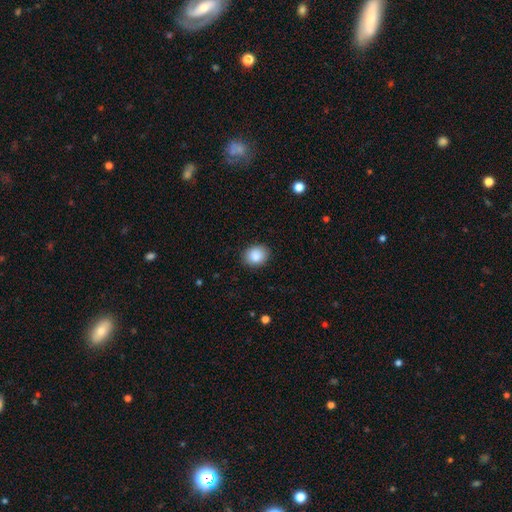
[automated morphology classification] Smooth or featured? Predicted: smooth (p=0.88). How rounded? Predicted: round (p=0.58). Merging? Predicted: none (p=0.87).